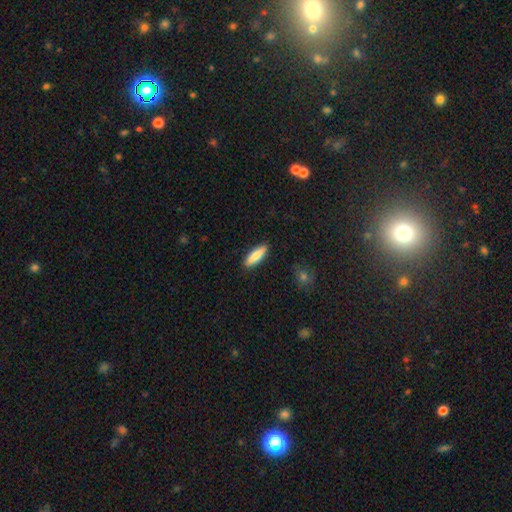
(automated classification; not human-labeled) A smooth galaxy with no disk features (81%) that is cigar-shaped (60%). Merging: none (90%).